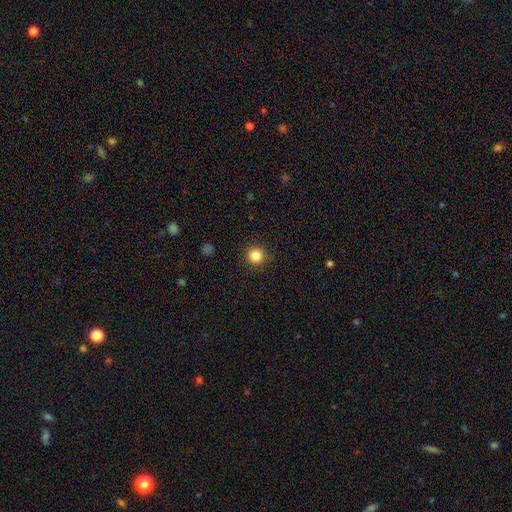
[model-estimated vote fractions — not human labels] This appears to be a smooth galaxy with no disk features (84%) that is round (95%). Merging: none (92%).